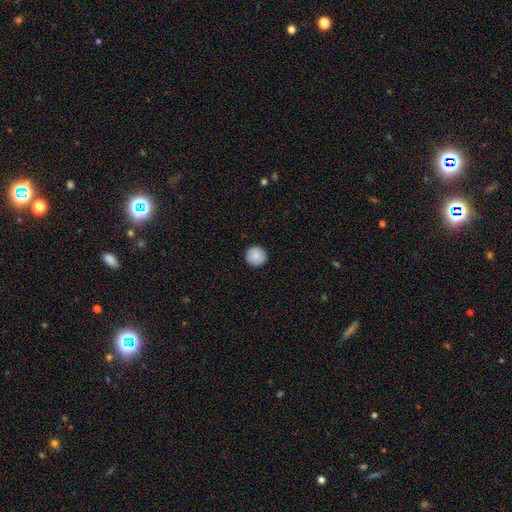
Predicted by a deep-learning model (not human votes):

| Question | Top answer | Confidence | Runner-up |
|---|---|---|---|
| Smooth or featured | smooth | 88% | star or artifact (7%) |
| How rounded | round | 95% | in between (4%) |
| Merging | none | 92% | minor disturbance (5%) |